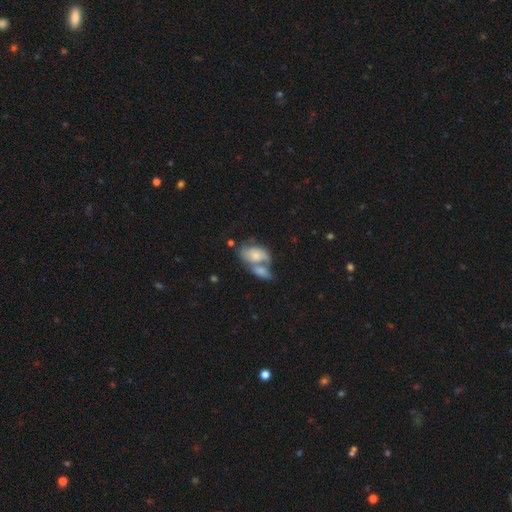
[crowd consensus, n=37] This is likely a featured or disk galaxy (62%). It is clearly not viewed edge-on (96%). Bar: likely no (73%). Spiral arm pattern: clearly yes (82%). Spiral arm count: clearly 2 (89%). Spiral winding: possibly loose (50%). Central bulge: possibly small (59%). Merging: likely merger (78%).